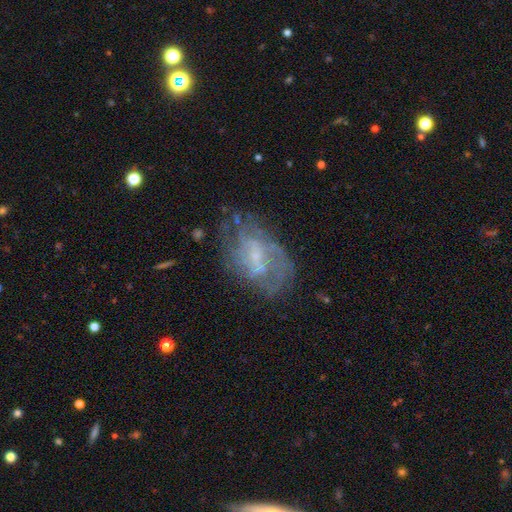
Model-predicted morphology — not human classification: featured or disk 72%, smooth 18%, star or artifact 10%. Down the decision tree: edge-on disk — no (96%); bar — no (45%); spiral arms — yes (67%); bulge size — small (63%); merging — none (57%).